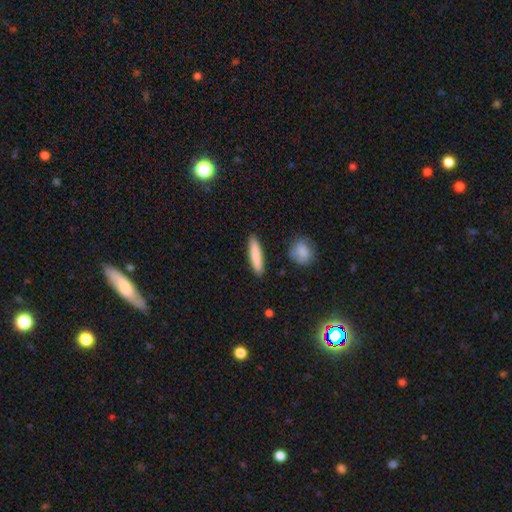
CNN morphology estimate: Smooth or featured?
  - smooth: 83% *
  - featured or disk: 11%
  - star or artifact: 6%
How rounded?
  - cigar-shaped: 81% *
  - in between: 17%
  - round: 2%
Merging?
  - none: 89% *
  - minor disturbance: 7%
  - merger: 2%
  - major disturbance: 2%